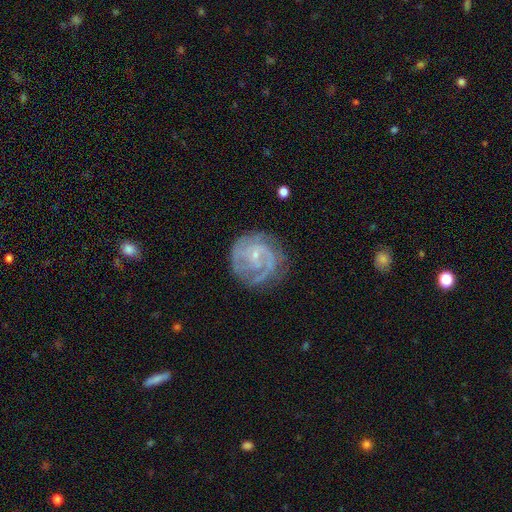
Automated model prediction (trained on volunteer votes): A featured or disk galaxy (82%) with no bar (55%), 2 (37%) tight (51%) spiral arms (93%) and a small central bulge (80%).

Vote fractions:
- Smooth or featured? featured or disk: 82% / smooth: 12% / star or artifact: 6%
- Edge-on disk? no: 98% / yes: 2%
- Bar? no: 55% / weak: 37% / strong: 8%
- Spiral arms? yes: 93% / no: 7%
- Spiral winding? tight: 51% / medium: 39% / loose: 11%
- Spiral arm count? 2: 37% / can't tell: 25% / 3: 21% / 1: 6% / 4: 6% / more than 4: 5%
- Bulge size? small: 80% / moderate: 14% / none: 4% / large: 1% / dominant: 1%
- Merging? none: 68% / minor disturbance: 20% / major disturbance: 11% / merger: 2%